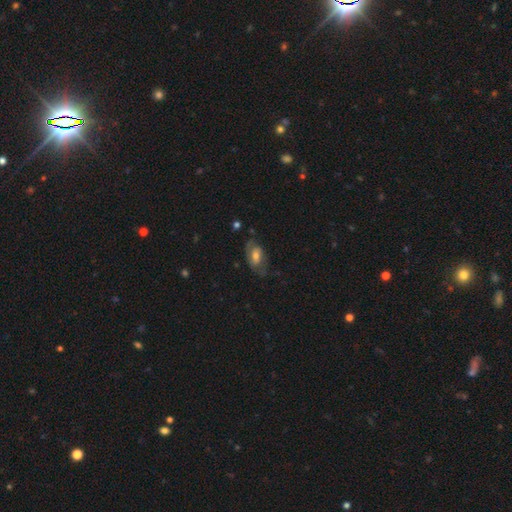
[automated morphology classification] Overall: featured or disk (47%; smooth 45%). Merging: none (59%; minor disturbance 25%).